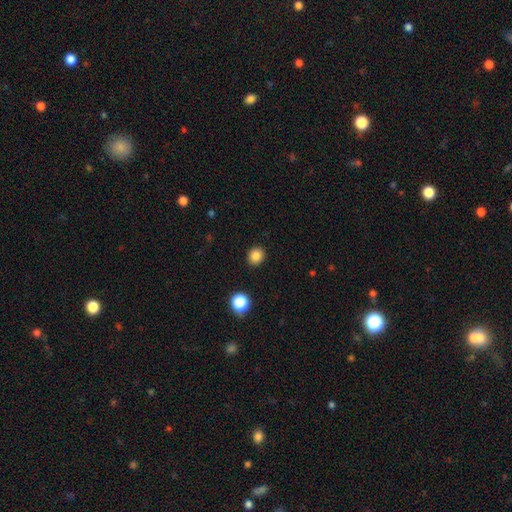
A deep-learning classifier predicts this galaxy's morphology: This is clearly a smooth galaxy (85%). How rounded: likely round (80%). Merging: clearly none (91%).